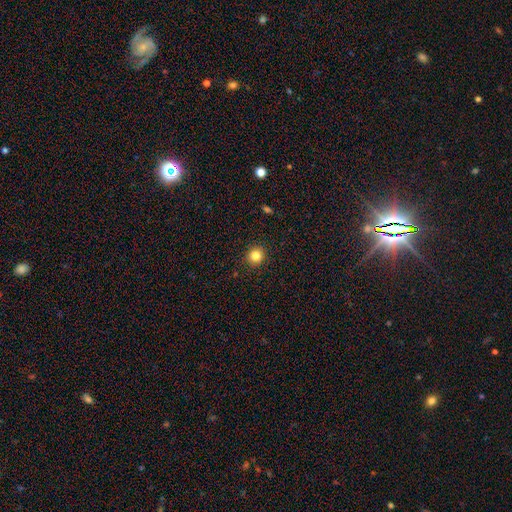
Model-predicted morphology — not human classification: type=smooth (82%); roundness=round (90%); merging=none (92%).